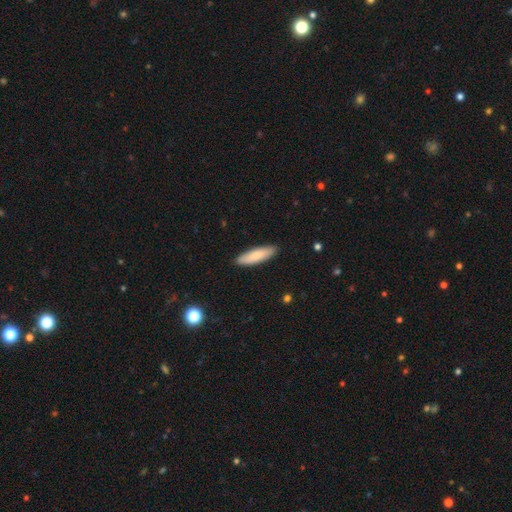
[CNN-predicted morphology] type=smooth (82%); roundness=cigar-shaped (59%); merging=none (89%).